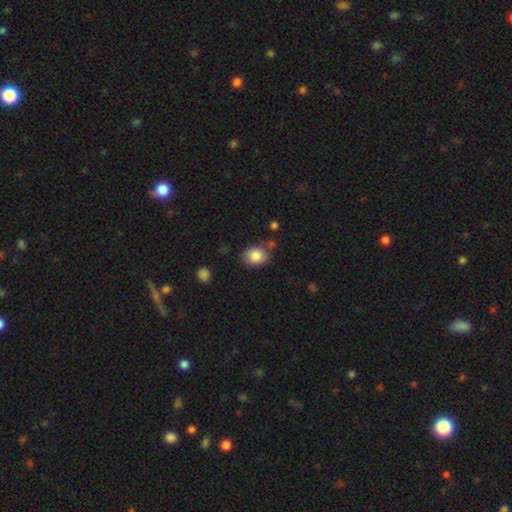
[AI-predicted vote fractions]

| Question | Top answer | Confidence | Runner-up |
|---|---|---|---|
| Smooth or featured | smooth | 85% | star or artifact (8%) |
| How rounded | in between | 60% | round (39%) |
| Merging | none | 70% | minor disturbance (18%) |